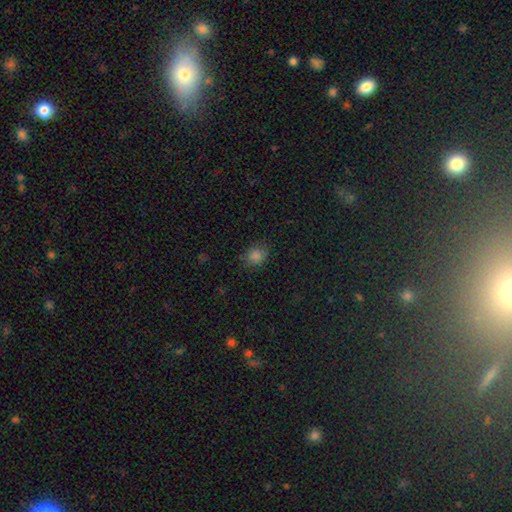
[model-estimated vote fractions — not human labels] Smooth or featured? Predicted: smooth (p=0.81). How rounded? Predicted: round (p=0.65). Merging? Predicted: none (p=0.82).